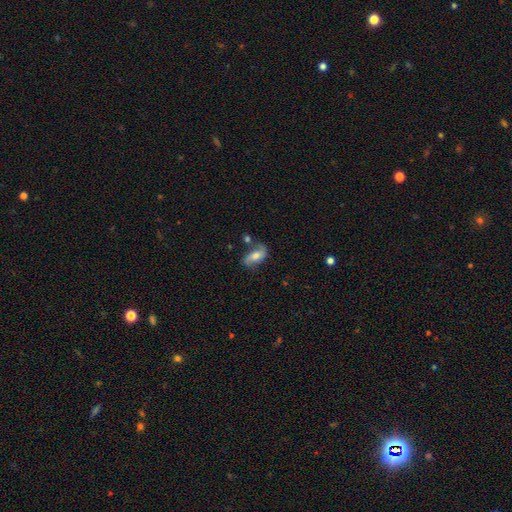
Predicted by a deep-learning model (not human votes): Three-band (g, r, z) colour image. It shows a featured or disk galaxy (49%). Merging: none (59%).